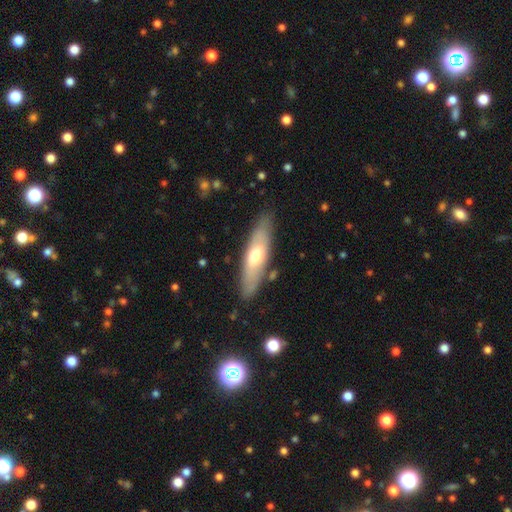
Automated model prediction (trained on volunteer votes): A smooth galaxy with no disk features (52%) that is cigar-shaped (60%).

Vote fractions:
- Smooth or featured? smooth: 52% / featured or disk: 43% / star or artifact: 6%
- How rounded? cigar-shaped: 60% / in between: 39% / round: 2%
- Merging? none: 84% / minor disturbance: 12% / major disturbance: 3% / merger: 2%